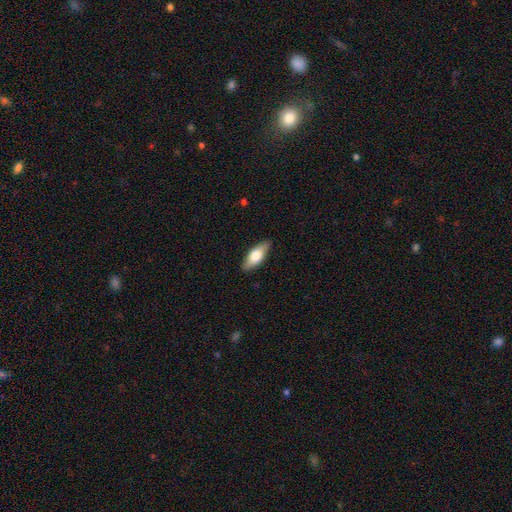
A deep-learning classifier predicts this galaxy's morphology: Overall: smooth (67%). How rounded: in between (73%). Merging: none (87%).